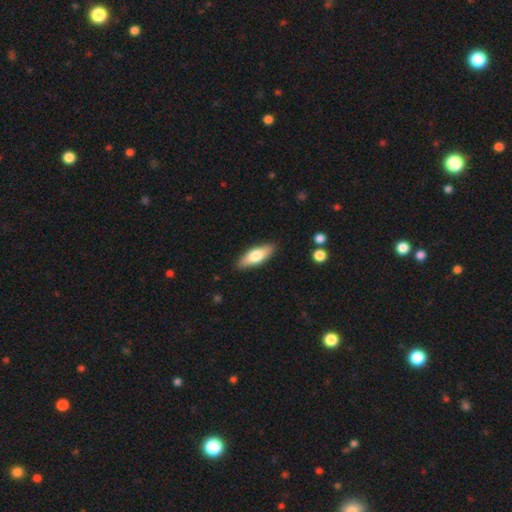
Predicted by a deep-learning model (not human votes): smooth_or_featured: smooth (p=0.67) [alt: featured or disk p=0.28]
how_rounded: in between (p=0.63) [alt: cigar-shaped p=0.35]
merging: none (p=0.88) [alt: minor disturbance p=0.09]